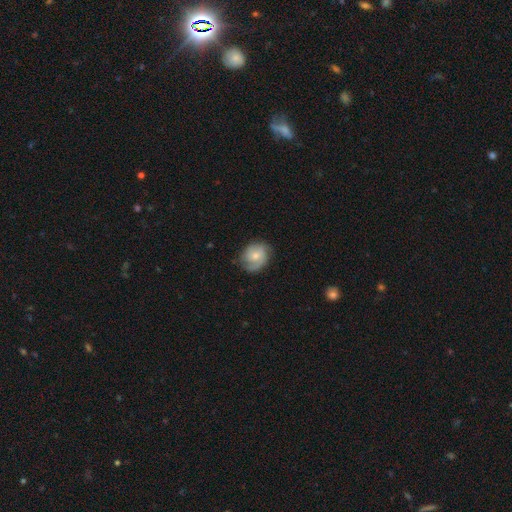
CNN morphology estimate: smooth_or_featured: featured or disk (p=0.57) [alt: smooth p=0.36]
disk_edge_on: no (p=0.97) [alt: yes p=0.03]
bar: no (p=0.71) [alt: weak p=0.25]
has_spiral_arms: yes (p=0.88) [alt: no p=0.12]
bulge_size: small (p=0.51) [alt: moderate p=0.43]
merging: none (p=0.69) [alt: minor disturbance p=0.22]